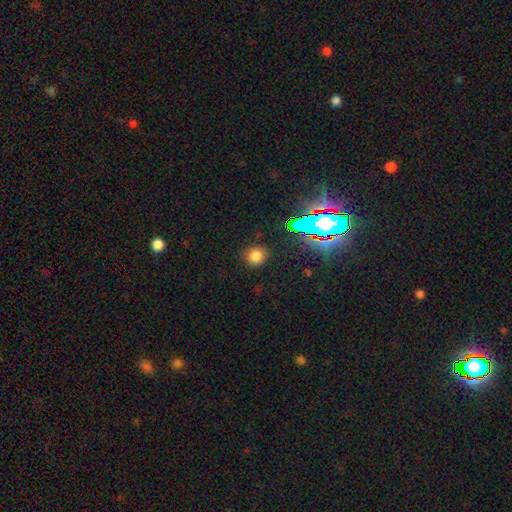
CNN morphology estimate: A smooth galaxy with no disk features (76%) that is round (84%). Merging: none (85%).